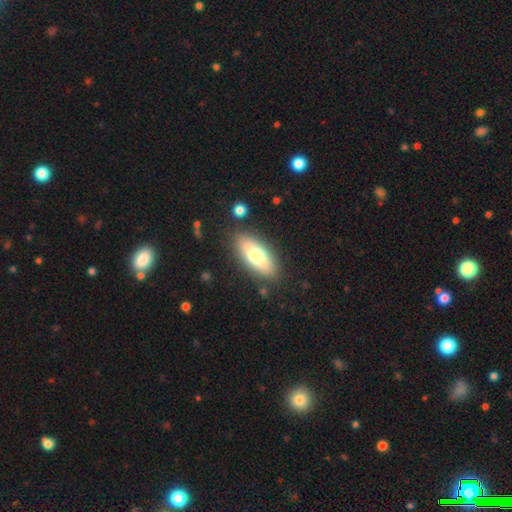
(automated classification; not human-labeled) Smooth or featured: smooth — 67% (featured or disk — 26%)
How rounded: in between — 76% (cigar-shaped — 21%)
Merging: none — 83% (minor disturbance — 11%)